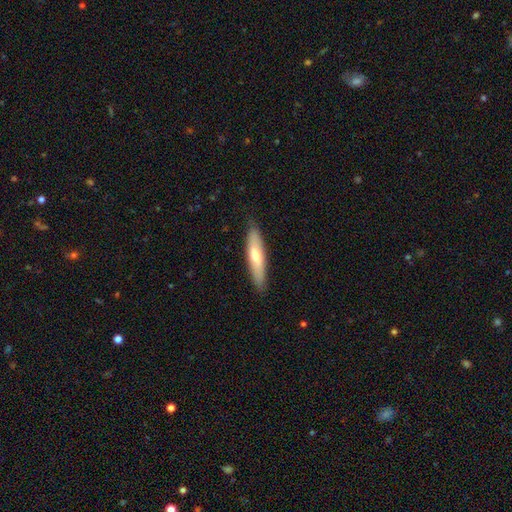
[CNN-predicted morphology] Smooth or featured? smooth (61%)
How rounded? cigar-shaped (79%)
Merging? none (87%)